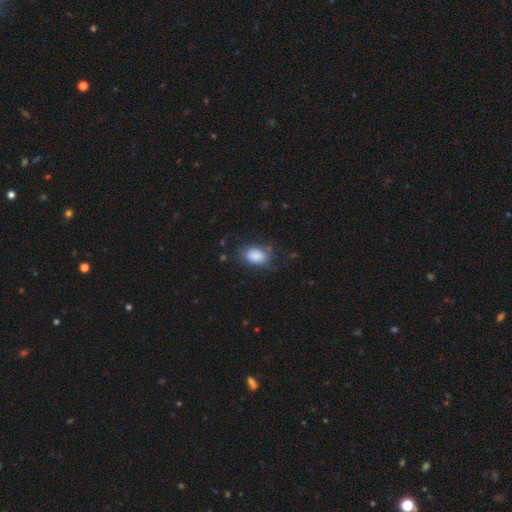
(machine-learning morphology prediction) type=smooth (85%); roundness=in between (84%); merging=none (71%).